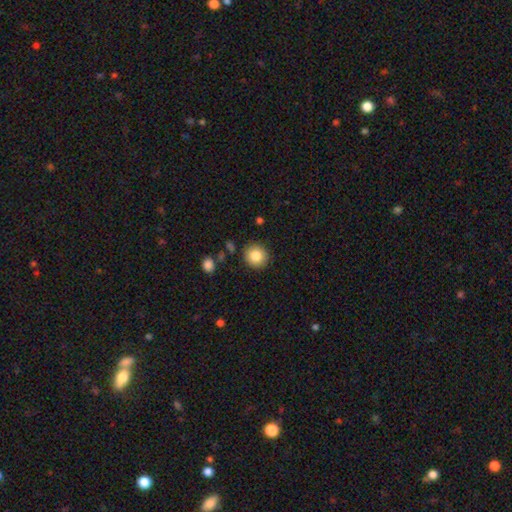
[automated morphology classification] smooth 84%, star or artifact 9%, featured or disk 7%. Down the decision tree: how rounded — round (91%); merging — none (89%).